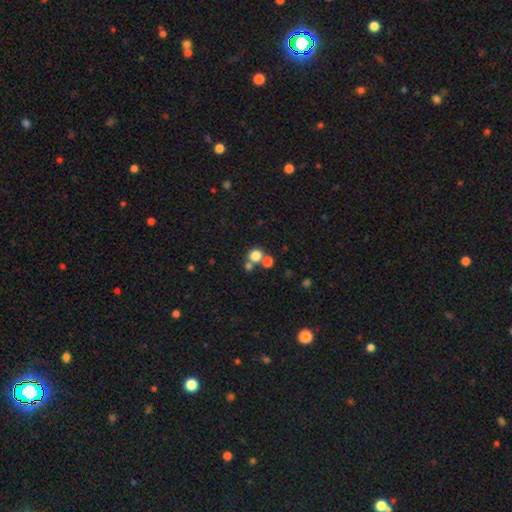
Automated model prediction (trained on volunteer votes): Smooth or featured?
  - smooth: 78% *
  - star or artifact: 15%
  - featured or disk: 8%
How rounded?
  - round: 88% *
  - in between: 11%
  - cigar-shaped: 1%
Merging?
  - none: 56% *
  - merger: 33%
  - minor disturbance: 7%
  - major disturbance: 4%